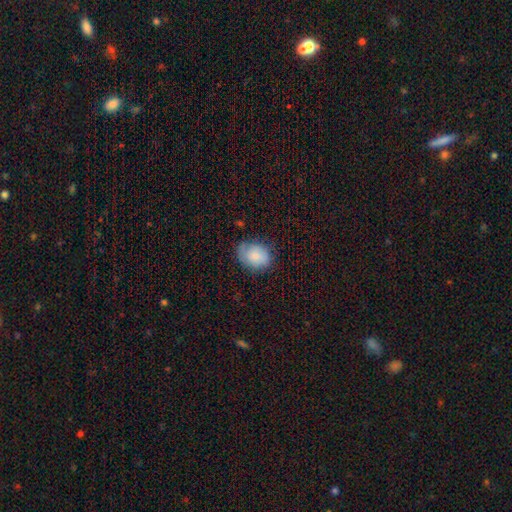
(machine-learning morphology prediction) Q: Smooth or featured?
A: smooth (81%); runner-up: featured or disk (11%)
Q: How rounded?
A: in between (66%); runner-up: round (33%)
Q: Merging?
A: none (67%); runner-up: minor disturbance (25%)